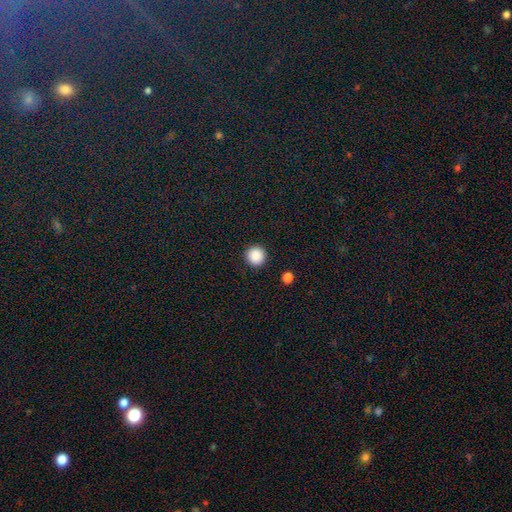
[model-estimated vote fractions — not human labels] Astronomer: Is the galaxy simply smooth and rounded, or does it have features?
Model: smooth — 88%.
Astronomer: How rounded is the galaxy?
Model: round — 96%.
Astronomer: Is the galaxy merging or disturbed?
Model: none — 93%.